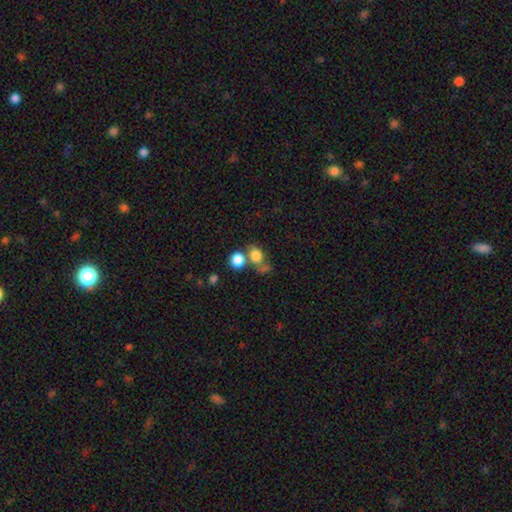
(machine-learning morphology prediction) This is likely a smooth galaxy (79%). How rounded: likely round (66%). Merging: marginally none (42%).